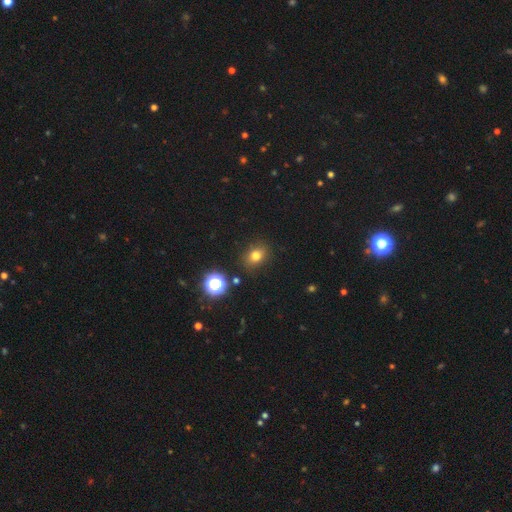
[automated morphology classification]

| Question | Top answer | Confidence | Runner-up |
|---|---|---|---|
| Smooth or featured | smooth | 75% | star or artifact (17%) |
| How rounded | round | 52% | in between (47%) |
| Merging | none | 84% | minor disturbance (11%) |